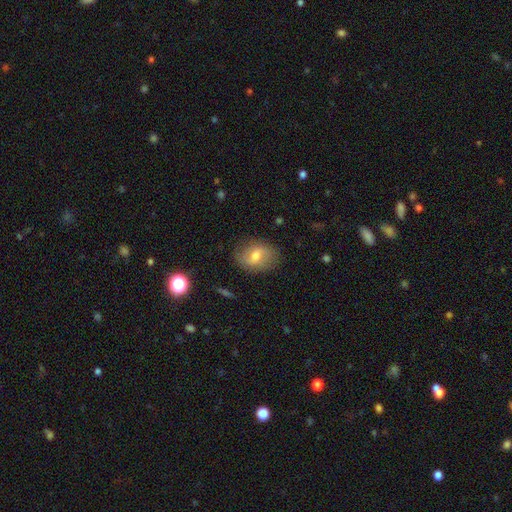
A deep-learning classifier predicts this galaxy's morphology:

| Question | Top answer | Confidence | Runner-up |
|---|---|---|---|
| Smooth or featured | smooth | 55% | featured or disk (35%) |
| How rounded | in between | 70% | round (29%) |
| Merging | none | 78% | minor disturbance (16%) |